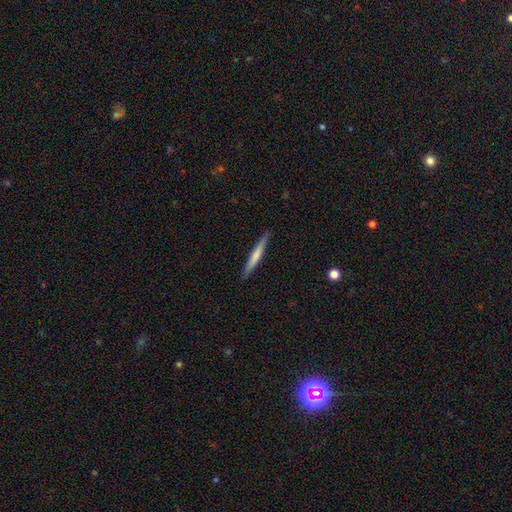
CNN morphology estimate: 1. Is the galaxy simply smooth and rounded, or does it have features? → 62% smooth, 32% featured or disk, 5% star or artifact.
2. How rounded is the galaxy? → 96% cigar-shaped, 3% in between, 1% round.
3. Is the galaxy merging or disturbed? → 89% none, 8% minor disturbance, 2% major disturbance, 1% merger.